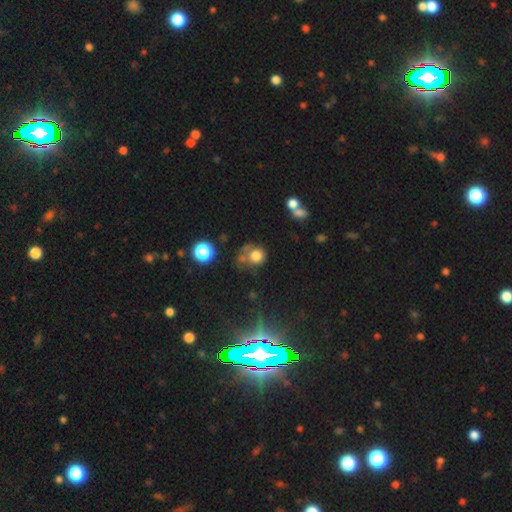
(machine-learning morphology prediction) Smooth or featured? Predicted: smooth (p=0.73). How rounded? Predicted: round (p=0.78). Merging? Predicted: none (p=0.45).